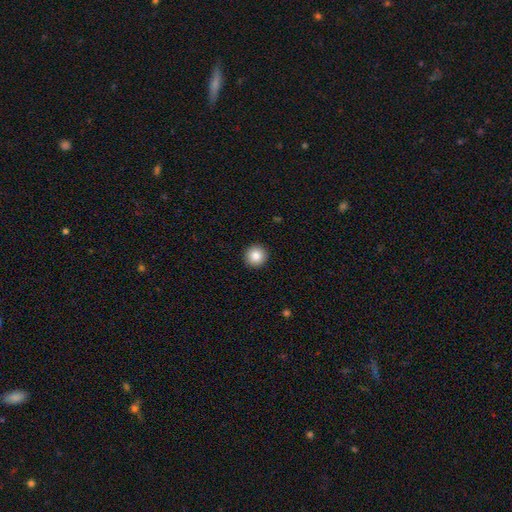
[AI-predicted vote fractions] This appears to be a smooth galaxy with no disk features (85%) that is round (95%). Merging: none (93%).